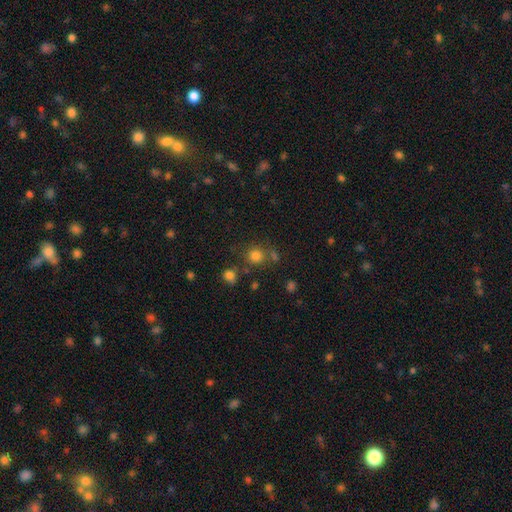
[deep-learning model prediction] The model was most divided on "merging": none: 70%, merger: 14%, minor disturbance: 11%, major disturbance: 5%. More confident: how rounded — round (88%); smooth or featured — smooth (78%).